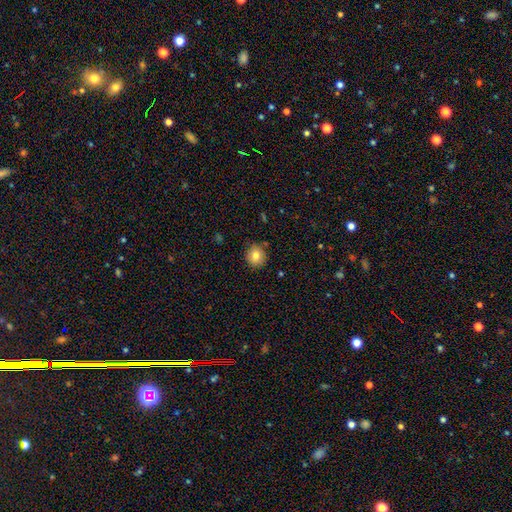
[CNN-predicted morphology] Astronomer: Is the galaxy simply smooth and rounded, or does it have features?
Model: smooth — 81%.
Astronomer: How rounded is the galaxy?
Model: round — 87%.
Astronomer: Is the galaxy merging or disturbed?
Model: none — 86%.